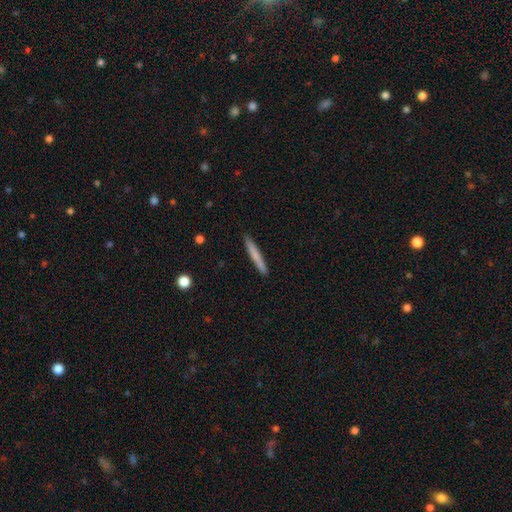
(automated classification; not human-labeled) Smooth or featured: smooth — 71% (featured or disk — 23%)
How rounded: cigar-shaped — 96% (in between — 3%)
Merging: none — 92% (minor disturbance — 6%)